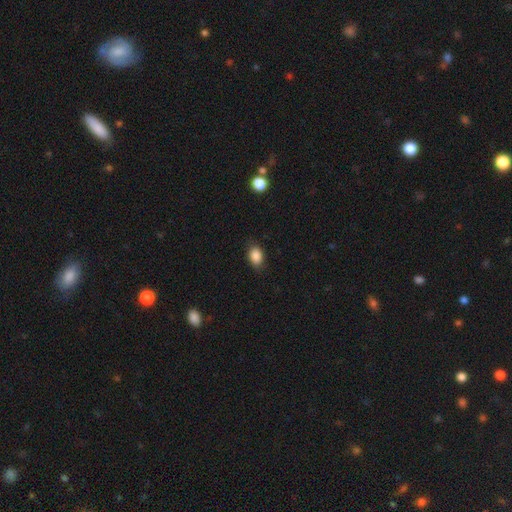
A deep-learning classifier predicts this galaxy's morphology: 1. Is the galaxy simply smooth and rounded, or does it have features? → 88% smooth, 9% star or artifact, 4% featured or disk.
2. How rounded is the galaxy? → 78% in between, 20% round, 1% cigar-shaped.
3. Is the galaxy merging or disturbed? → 82% none, 14% minor disturbance, 3% major disturbance, 1% merger.